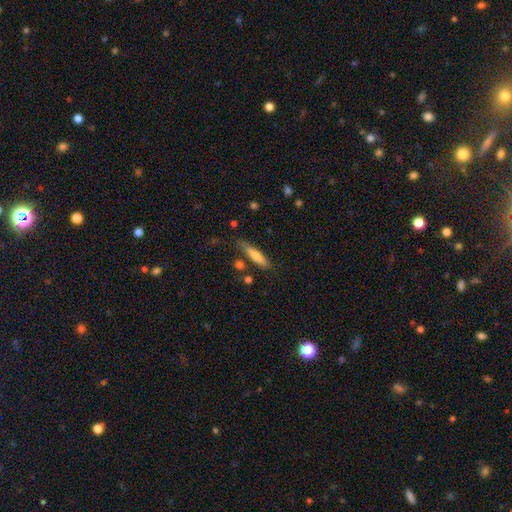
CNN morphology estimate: Smooth or featured: smooth — 72% (featured or disk — 22%)
How rounded: cigar-shaped — 81% (in between — 17%)
Merging: none — 73% (minor disturbance — 18%)